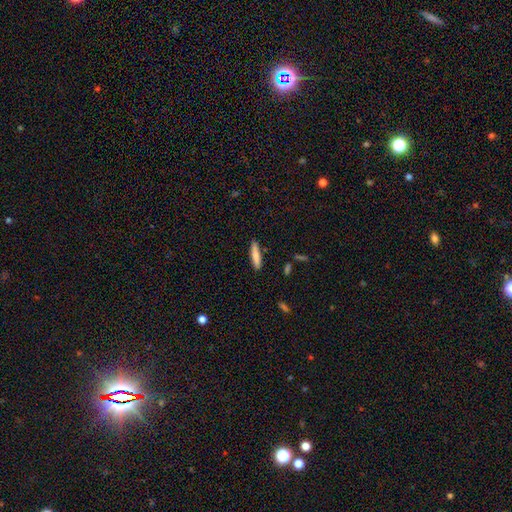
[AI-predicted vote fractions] A smooth galaxy with no disk features (76%) that is cigar-shaped (82%).

Vote fractions:
- Smooth or featured? smooth: 76% / featured or disk: 17% / star or artifact: 6%
- How rounded? cigar-shaped: 82% / in between: 16% / round: 2%
- Merging? none: 87% / minor disturbance: 9% / merger: 2% / major disturbance: 2%